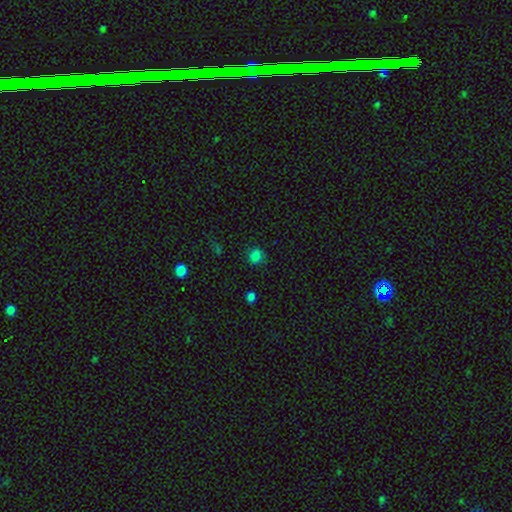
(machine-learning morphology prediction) A smooth galaxy with no disk features (80%) that is round (77%). Merging: none (83%).